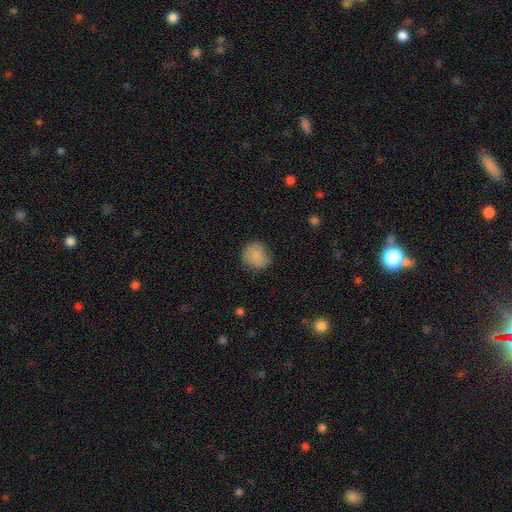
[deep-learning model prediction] Morphology: type=smooth (80%); roundness=round (78%); merging=none (63%).